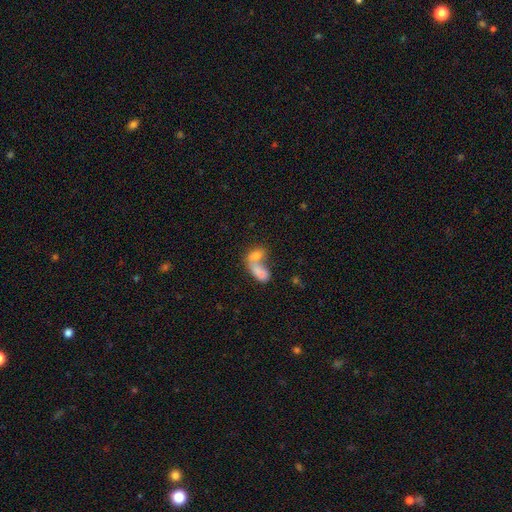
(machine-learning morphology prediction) type=smooth (74%); roundness=in between (82%); merging=merger (76%).